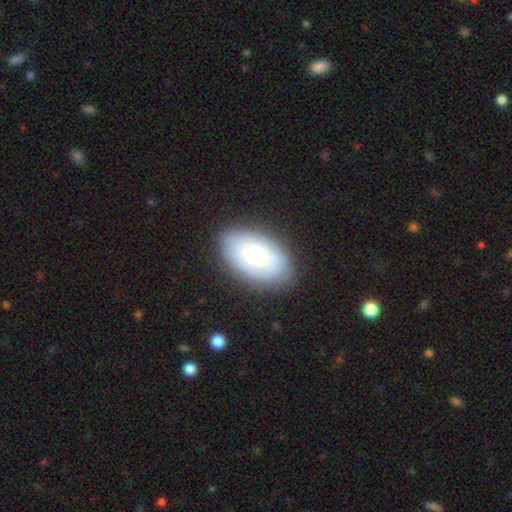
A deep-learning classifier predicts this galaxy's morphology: A smooth galaxy with no disk features (60%) that is in between round and cigar-shaped (92%).

Vote fractions:
- Smooth or featured? smooth: 60% / featured or disk: 32% / star or artifact: 7%
- How rounded? in between: 92% / round: 7% / cigar-shaped: 1%
- Merging? none: 80% / minor disturbance: 14% / major disturbance: 4% / merger: 1%